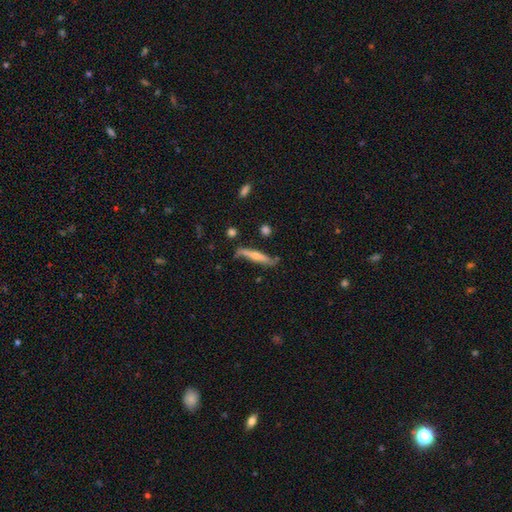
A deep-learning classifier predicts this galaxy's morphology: featured or disk 65%, smooth 28%, star or artifact 7%. Down the decision tree: edge-on disk — yes (86%); edge-on bulge — rounded (79%); merging — none (73%).